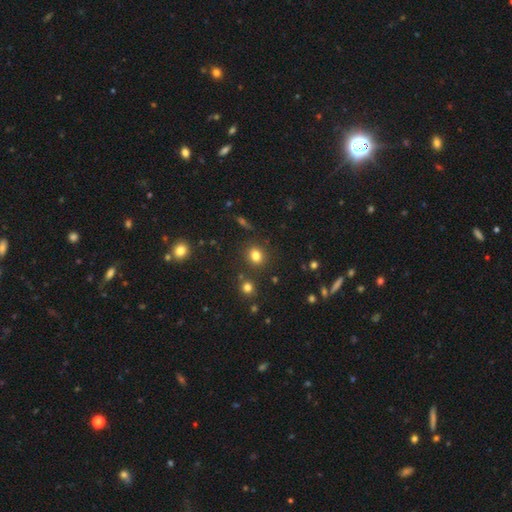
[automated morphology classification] Q: Smooth or featured?
A: smooth (80%); runner-up: star or artifact (14%)
Q: How rounded?
A: round (71%); runner-up: in between (28%)
Q: Merging?
A: none (85%); runner-up: minor disturbance (8%)